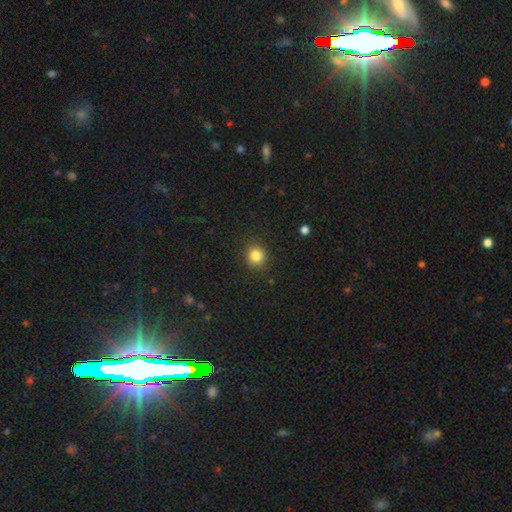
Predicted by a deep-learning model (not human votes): This is clearly a smooth galaxy (84%). How rounded: clearly round (85%). Merging: clearly none (88%).